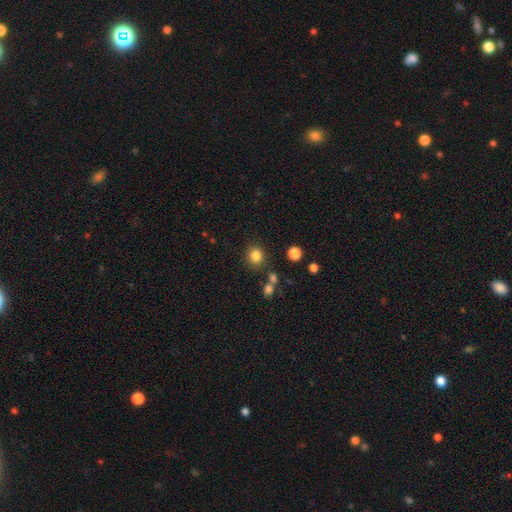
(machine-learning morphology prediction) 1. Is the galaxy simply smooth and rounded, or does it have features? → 83% smooth, 12% star or artifact, 5% featured or disk.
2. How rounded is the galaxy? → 85% round, 14% in between, 1% cigar-shaped.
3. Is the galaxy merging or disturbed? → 84% none, 8% minor disturbance, 5% merger, 3% major disturbance.